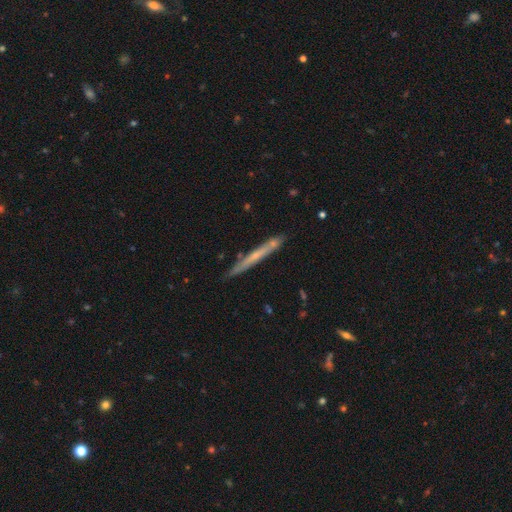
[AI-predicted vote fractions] Overall: featured or disk (52%; smooth 42%). Edge-on disk: yes (94%). Merging: none (82%).